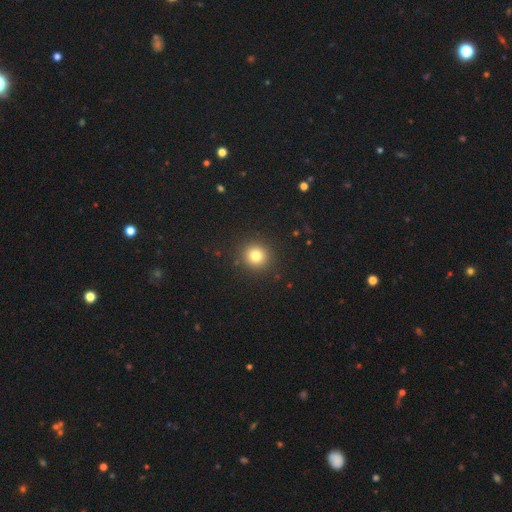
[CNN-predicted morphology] This appears to be a smooth galaxy with no disk features (80%) that is round (92%). Merging: none (91%).